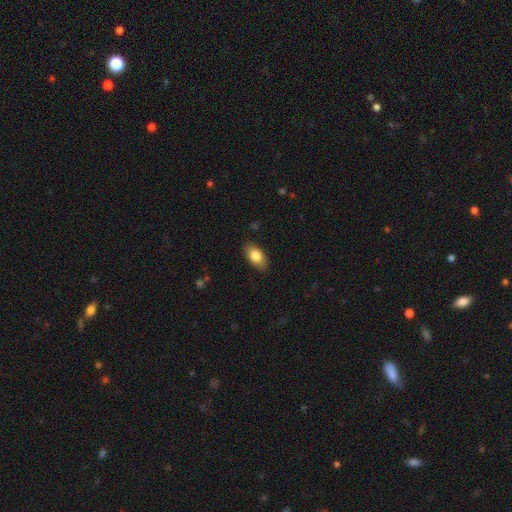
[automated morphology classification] smooth 82%, featured or disk 11%, star or artifact 7%. Down the decision tree: how rounded — in between (91%); merging — none (86%).